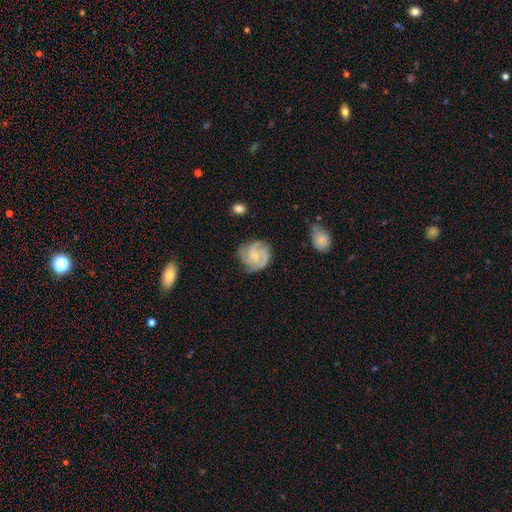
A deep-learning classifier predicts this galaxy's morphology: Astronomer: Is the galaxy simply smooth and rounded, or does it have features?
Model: featured or disk — 79%.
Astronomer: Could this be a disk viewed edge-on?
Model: no — 98%.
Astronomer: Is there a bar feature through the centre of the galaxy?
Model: no — 66%.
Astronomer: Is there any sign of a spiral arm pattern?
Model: yes — 96%.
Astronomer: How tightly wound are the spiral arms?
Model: tight — 53% (runner-up: medium, 39%).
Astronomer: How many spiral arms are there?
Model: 3 — 50%.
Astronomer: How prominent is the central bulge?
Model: small — 63%.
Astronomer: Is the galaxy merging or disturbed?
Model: none — 73%.